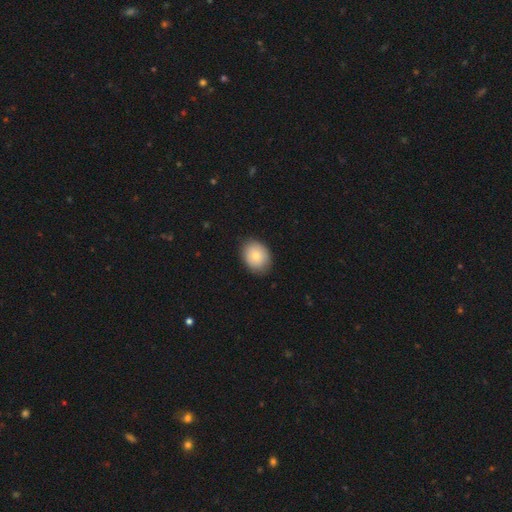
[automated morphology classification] Smooth or featured?
  - smooth: 77% *
  - featured or disk: 16%
  - star or artifact: 8%
How rounded?
  - round: 52% *
  - in between: 47%
  - cigar-shaped: 1%
Merging?
  - none: 85% *
  - minor disturbance: 12%
  - major disturbance: 3%
  - merger: 1%